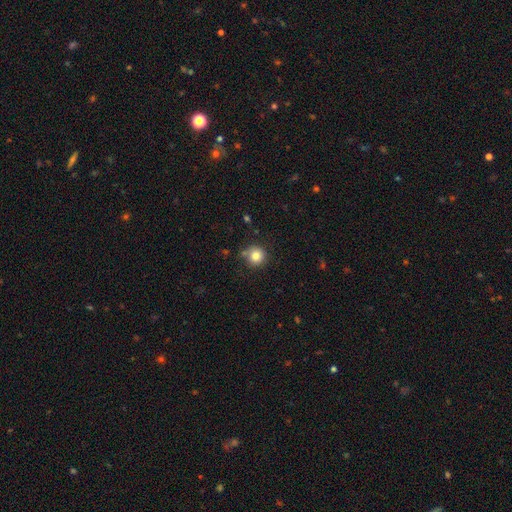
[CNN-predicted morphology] Smooth or featured: smooth — 82% (star or artifact — 11%)
How rounded: round — 92% (in between — 7%)
Merging: none — 74% (minor disturbance — 15%)